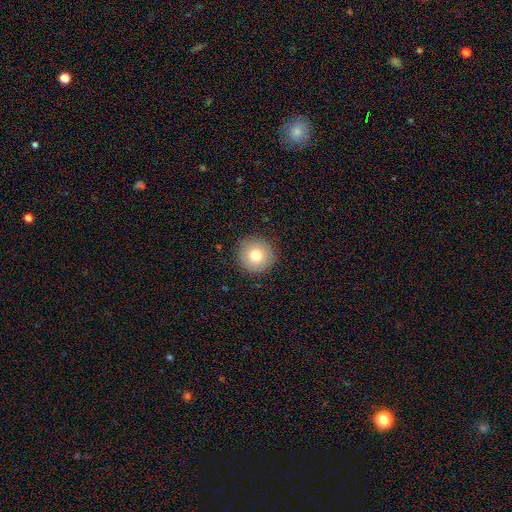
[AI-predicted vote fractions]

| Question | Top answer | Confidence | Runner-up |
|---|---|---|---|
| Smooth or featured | smooth | 78% | featured or disk (12%) |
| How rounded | round | 95% | in between (4%) |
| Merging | none | 90% | minor disturbance (7%) |